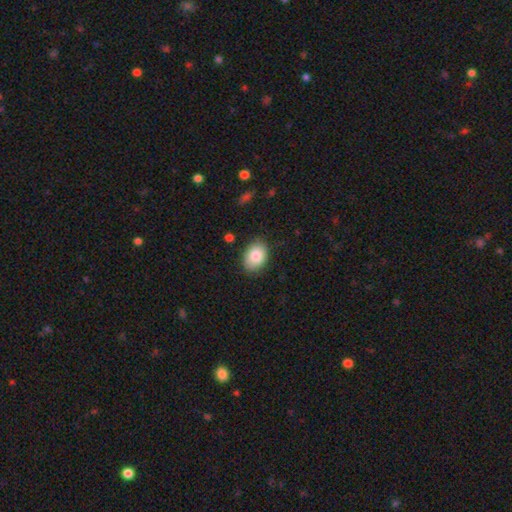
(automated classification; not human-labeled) The model was most divided on "how rounded": in between: 76%, round: 23%, cigar-shaped: 1%. More confident: smooth or featured — smooth (85%); merging — none (82%).